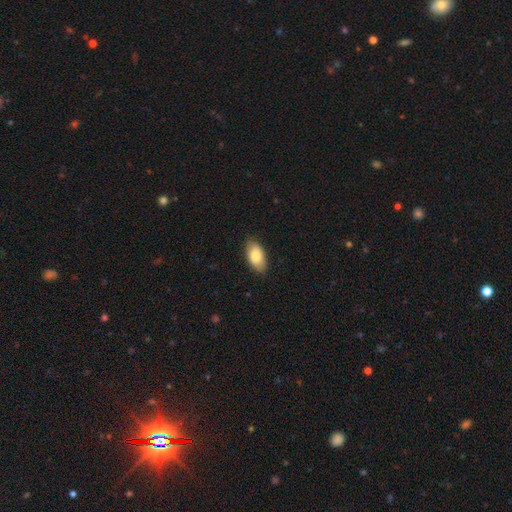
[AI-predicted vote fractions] Smooth or featured? smooth (79%)
How rounded? in between (93%)
Merging? none (83%)